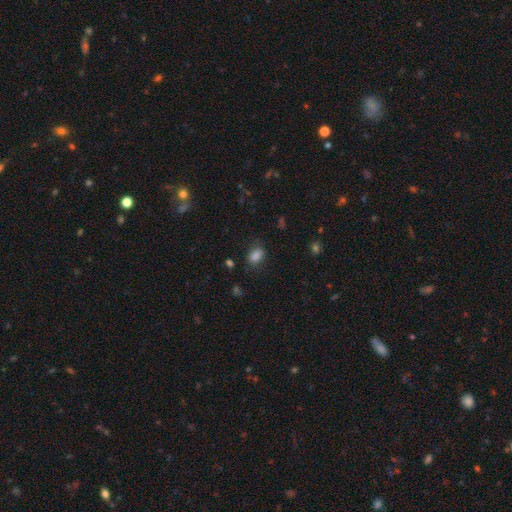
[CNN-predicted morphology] Overall: smooth (84%). How rounded: in between (83%). Merging: none (75%).